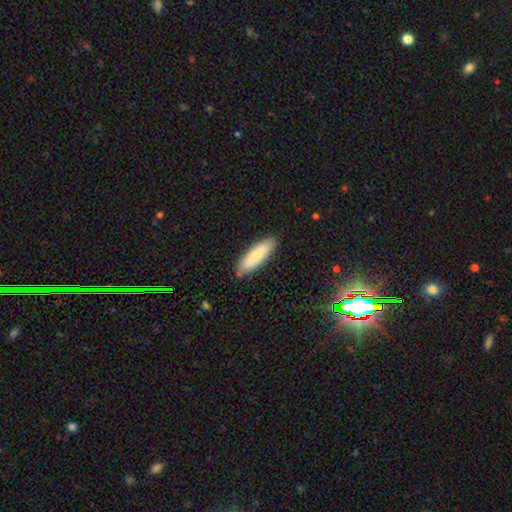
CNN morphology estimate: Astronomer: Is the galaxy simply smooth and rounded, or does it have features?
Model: smooth — 75%.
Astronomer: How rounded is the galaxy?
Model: cigar-shaped — 50% (runner-up: in between, 48%).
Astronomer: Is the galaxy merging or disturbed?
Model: none — 85%.